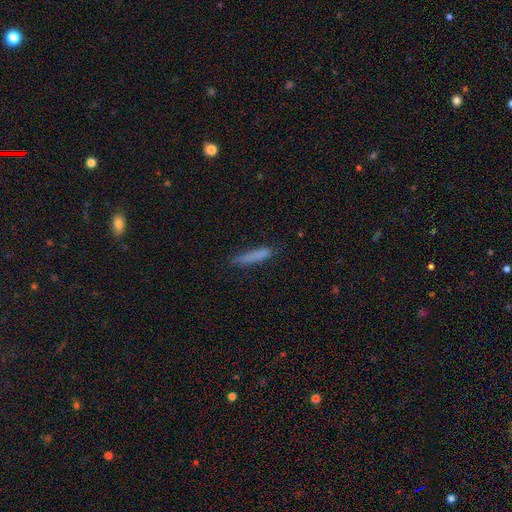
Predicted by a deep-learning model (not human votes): Overall: smooth (77%). How rounded: cigar-shaped (91%). Merging: none (76%).